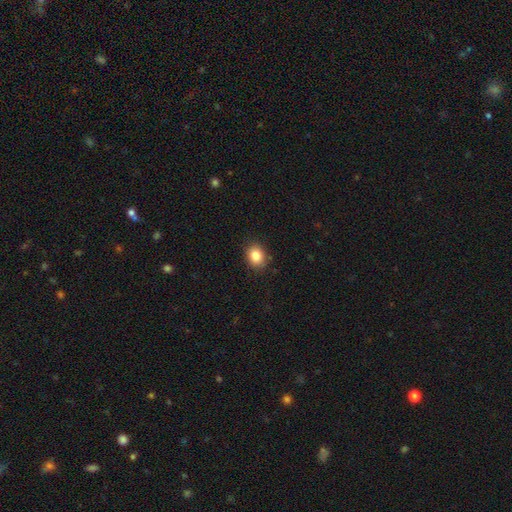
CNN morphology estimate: The model was most divided on "how rounded": round: 53%, in between: 46%, cigar-shaped: 1%. More confident: merging — none (88%); smooth or featured — smooth (85%).